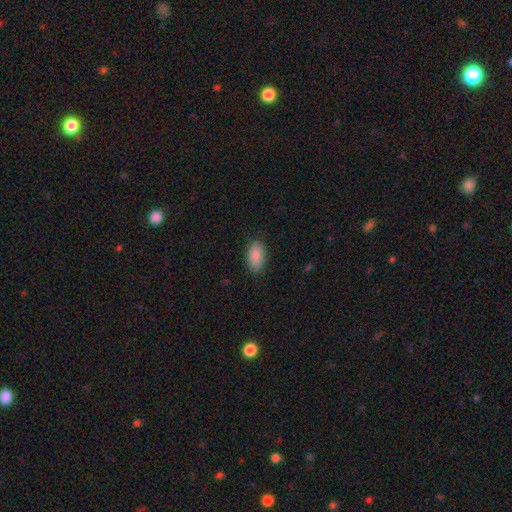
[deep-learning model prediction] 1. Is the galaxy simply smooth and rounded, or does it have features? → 89% smooth, 7% star or artifact, 5% featured or disk.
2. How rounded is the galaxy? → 93% in between, 4% round, 3% cigar-shaped.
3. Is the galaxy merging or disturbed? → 85% none, 11% minor disturbance, 3% major disturbance, 1% merger.